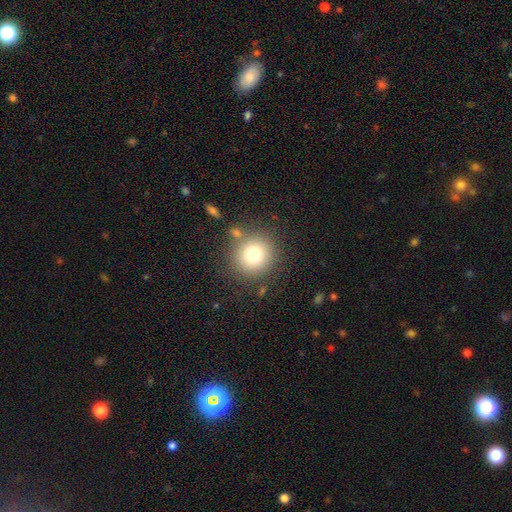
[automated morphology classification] Q: Smooth or featured?
A: smooth (76%); runner-up: star or artifact (13%)
Q: How rounded?
A: round (91%); runner-up: in between (8%)
Q: Merging?
A: none (83%); runner-up: minor disturbance (8%)